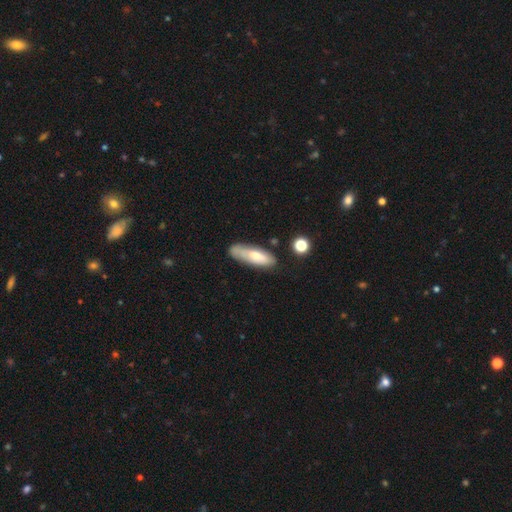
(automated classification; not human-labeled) smooth-or-featured: smooth: 62% | featured or disk: 31% | star or artifact: 7%
  how-rounded: in between: 54% | cigar-shaped: 44% | round: 2%
  merging: none: 65% | minor disturbance: 22% | major disturbance: 7% | merger: 6%